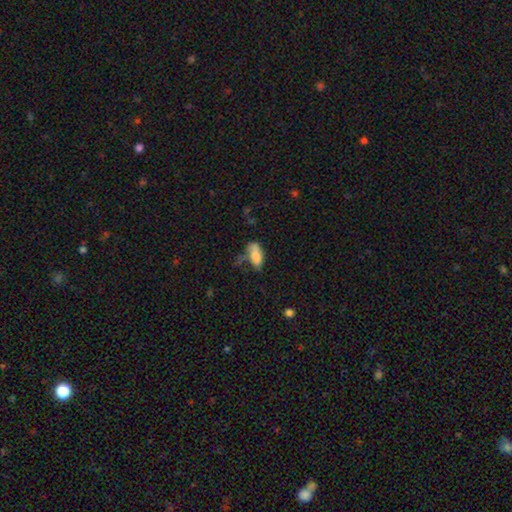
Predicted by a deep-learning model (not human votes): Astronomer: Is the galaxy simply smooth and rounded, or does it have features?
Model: smooth — 76%.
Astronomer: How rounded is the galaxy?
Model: in between — 77%.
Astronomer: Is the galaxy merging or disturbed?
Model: none — 35% (runner-up: minor disturbance, 29%).